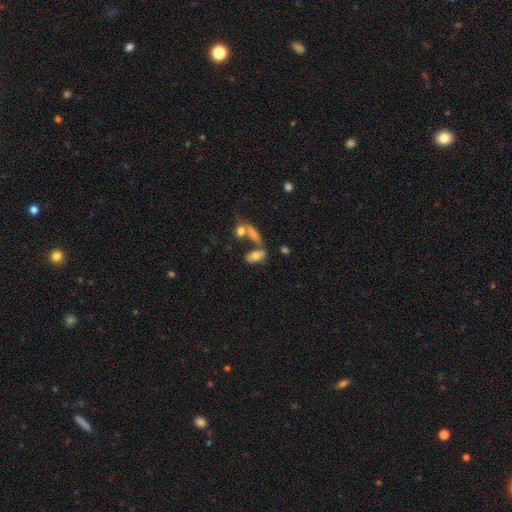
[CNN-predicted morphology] This appears to be a smooth galaxy with no disk features (66%) that is in between round and cigar-shaped (81%). Merging: none (49%).